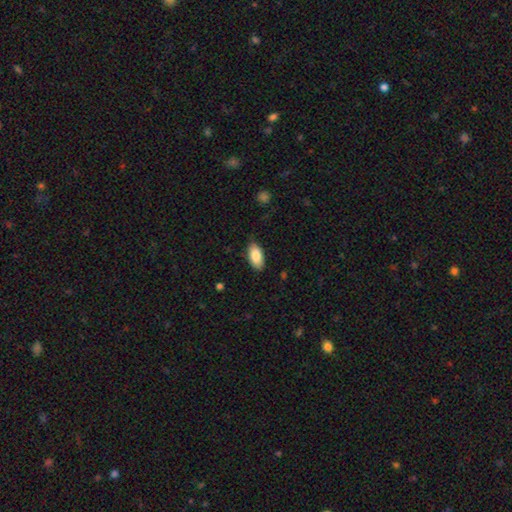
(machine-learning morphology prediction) Smooth or featured: smooth — 85% (featured or disk — 8%)
How rounded: in between — 93% (cigar-shaped — 4%)
Merging: none — 81% (minor disturbance — 15%)